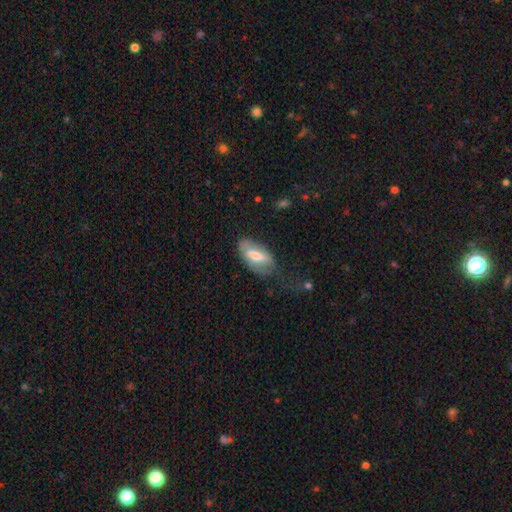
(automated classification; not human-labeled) The model was most divided on "smooth or featured": smooth: 56%, featured or disk: 37%, star or artifact: 7%. Remaining: how rounded — in between (86%); merging — none (48%).